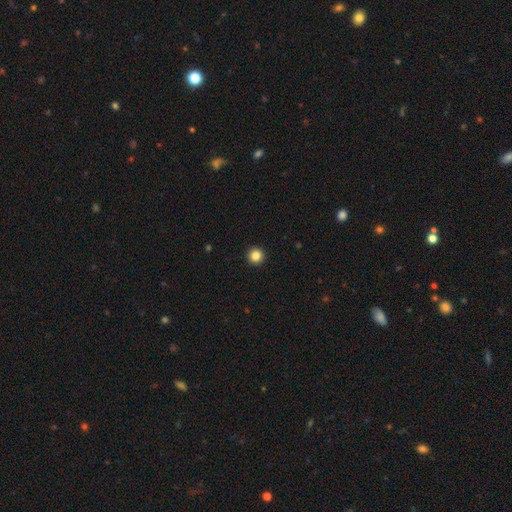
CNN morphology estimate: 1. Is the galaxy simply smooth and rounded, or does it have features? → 85% smooth, 11% star or artifact, 4% featured or disk.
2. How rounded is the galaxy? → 96% round, 3% in between, 1% cigar-shaped.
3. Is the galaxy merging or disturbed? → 94% none, 4% minor disturbance, 1% major disturbance, 1% merger.